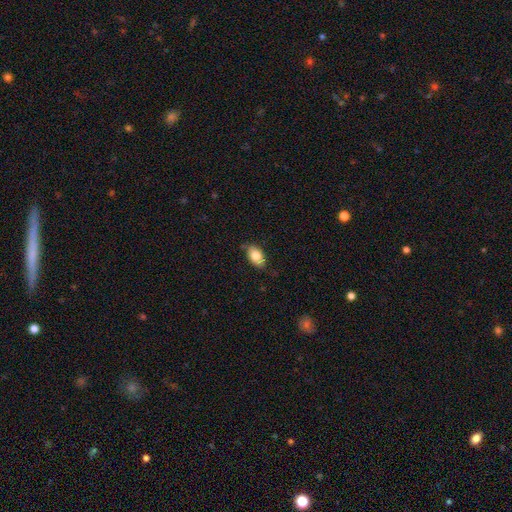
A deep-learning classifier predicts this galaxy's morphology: Smooth or featured? smooth (80%)
How rounded? in between (91%)
Merging? none (74%)